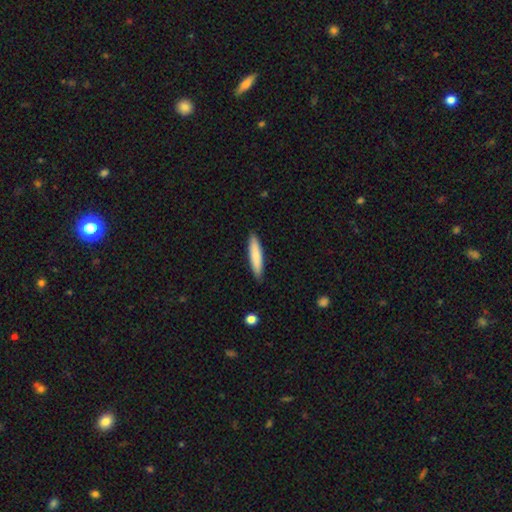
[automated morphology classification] Smooth or featured: smooth — 82% (featured or disk — 13%)
How rounded: cigar-shaped — 84% (in between — 15%)
Merging: none — 89% (minor disturbance — 9%)